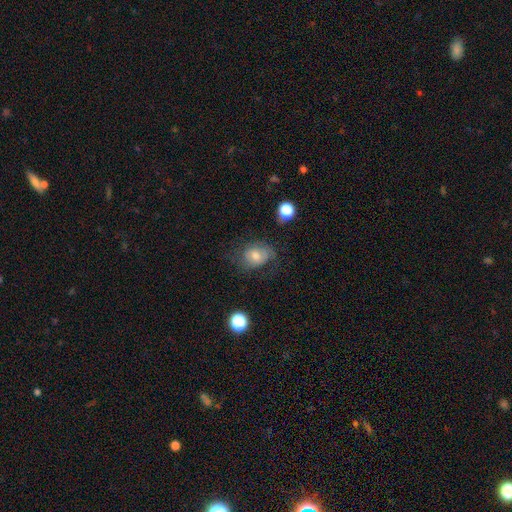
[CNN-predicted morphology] Smooth or featured? smooth (57%)
How rounded? in between (54%)
Merging? none (54%)